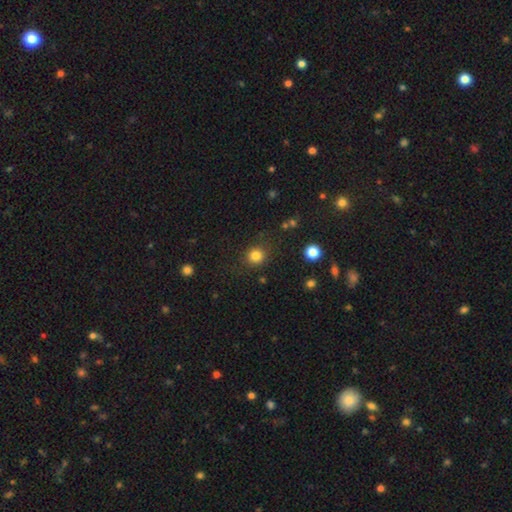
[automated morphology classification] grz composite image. It shows a smooth galaxy with no disk features (83%) that is round (90%). Merging: none (85%).